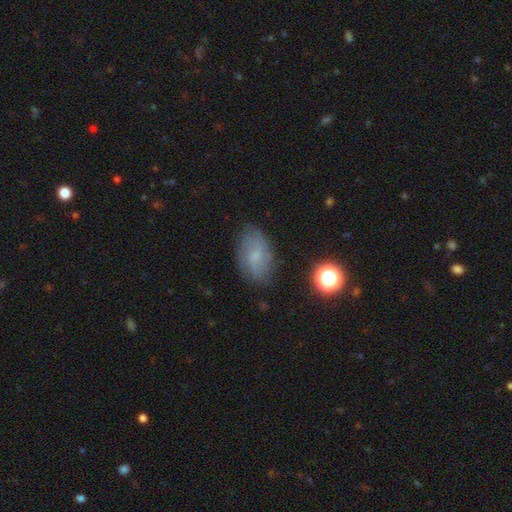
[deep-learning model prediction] Q: Smooth or featured?
A: smooth (47%); runner-up: featured or disk (41%)
Q: Merging?
A: none (77%); runner-up: minor disturbance (17%)